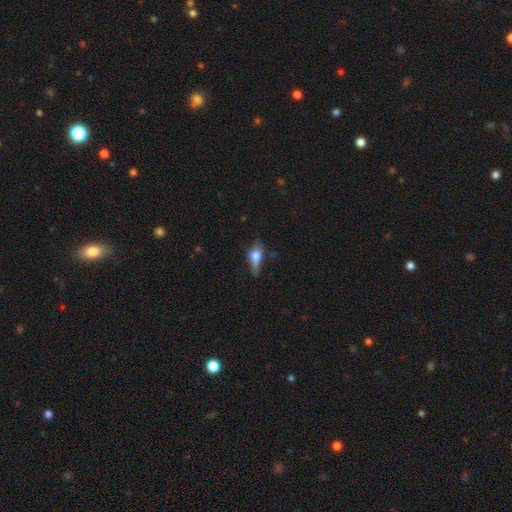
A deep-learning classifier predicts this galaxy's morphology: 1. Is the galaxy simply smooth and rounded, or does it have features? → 59% smooth, 32% featured or disk, 10% star or artifact.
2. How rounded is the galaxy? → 62% in between, 27% cigar-shaped, 11% round.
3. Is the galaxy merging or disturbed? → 42% none, 34% minor disturbance, 20% major disturbance, 4% merger.